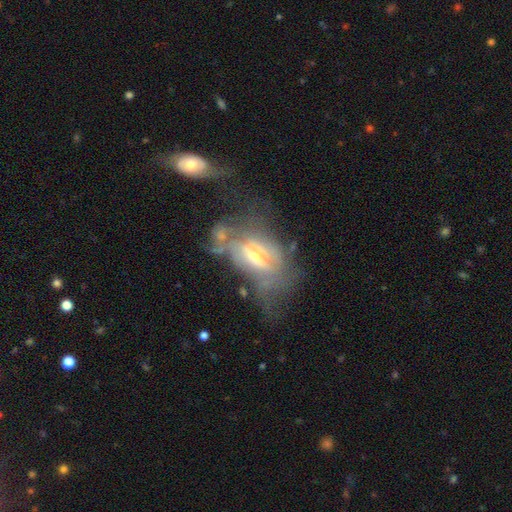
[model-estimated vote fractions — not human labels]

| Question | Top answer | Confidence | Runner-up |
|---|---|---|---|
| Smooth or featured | featured or disk | 66% | smooth (24%) |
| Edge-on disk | no | 68% | yes (32%) |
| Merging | major disturbance | 39% | none (30%) |